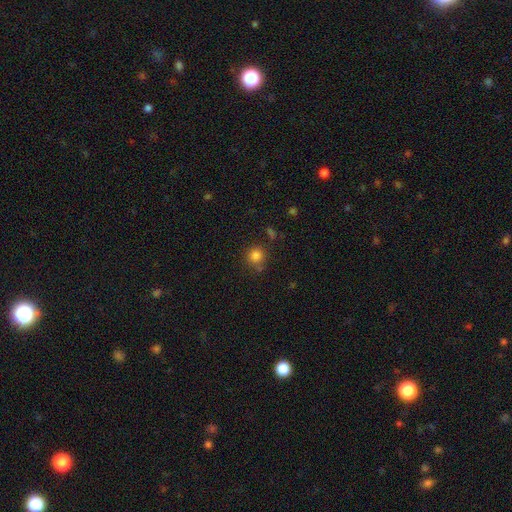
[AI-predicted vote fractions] This appears to be a smooth galaxy with no disk features (82%) that is round (92%). Merging: none (76%).